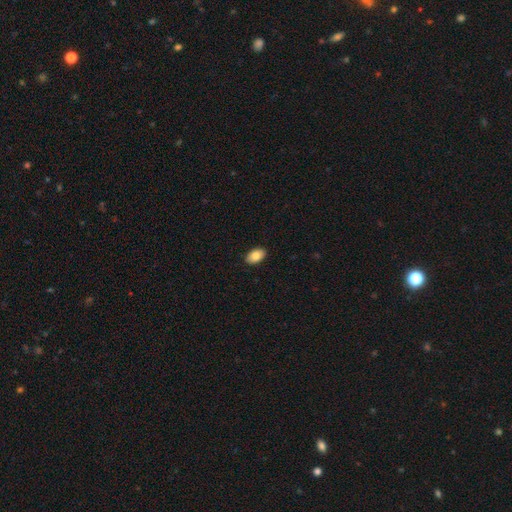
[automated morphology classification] smooth-or-featured: smooth: 84% | featured or disk: 9% | star or artifact: 7%
  how-rounded: in between: 92% | round: 7% | cigar-shaped: 1%
  merging: none: 90% | minor disturbance: 7% | major disturbance: 2% | merger: 1%